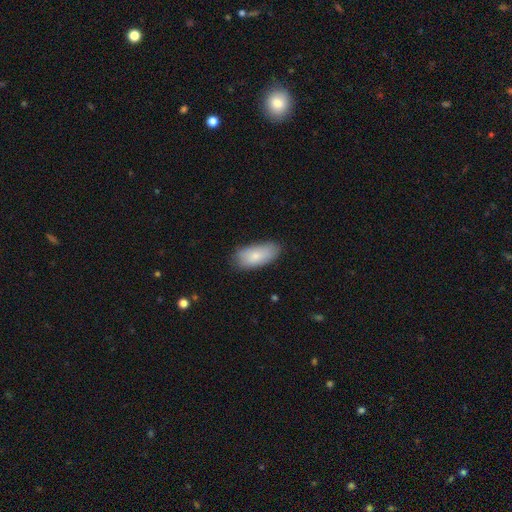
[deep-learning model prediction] Smooth or featured? smooth (82%)
How rounded? in between (91%)
Merging? none (78%)